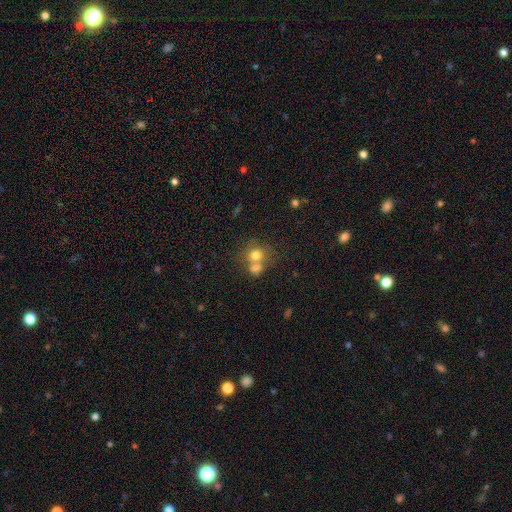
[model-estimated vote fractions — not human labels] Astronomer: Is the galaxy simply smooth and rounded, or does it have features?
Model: smooth — 73%.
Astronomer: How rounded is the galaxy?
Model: round — 74%.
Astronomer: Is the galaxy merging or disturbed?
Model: merger — 52% (runner-up: none, 36%).